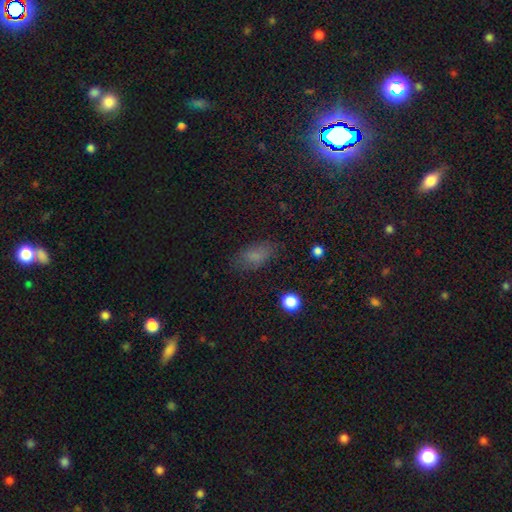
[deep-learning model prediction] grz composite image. It shows a smooth galaxy with no disk features (76%) that is in between round and cigar-shaped (88%). Merging: none (76%).